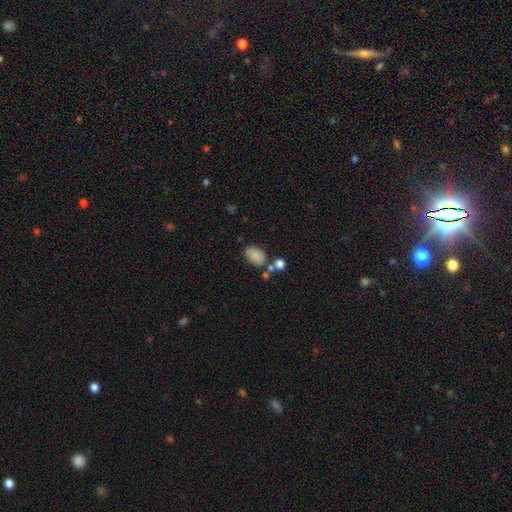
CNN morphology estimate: Smooth or featured: smooth — 85% (star or artifact — 9%)
How rounded: in between — 88% (round — 11%)
Merging: none — 65% (minor disturbance — 17%)